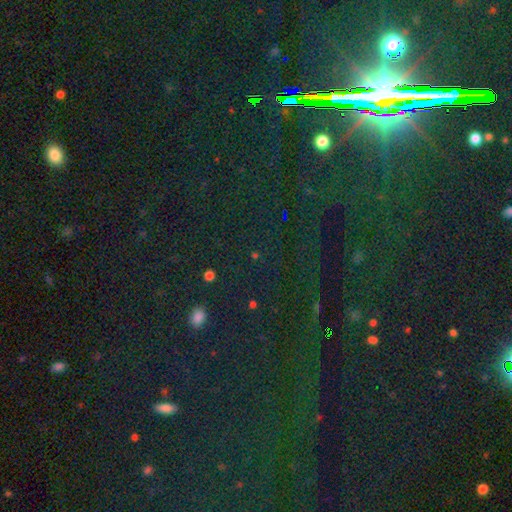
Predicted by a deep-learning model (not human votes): smooth-or-featured: star or artifact: 65% | smooth: 27% | featured or disk: 8%